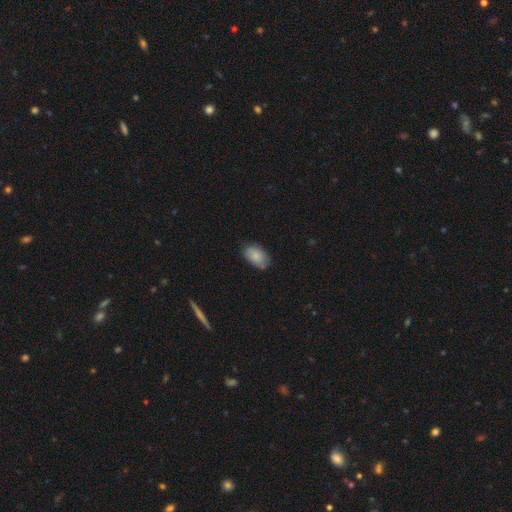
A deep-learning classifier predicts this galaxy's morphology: Q: Smooth or featured?
A: smooth (83%); runner-up: featured or disk (10%)
Q: How rounded?
A: in between (90%); runner-up: round (8%)
Q: Merging?
A: none (73%); runner-up: minor disturbance (22%)